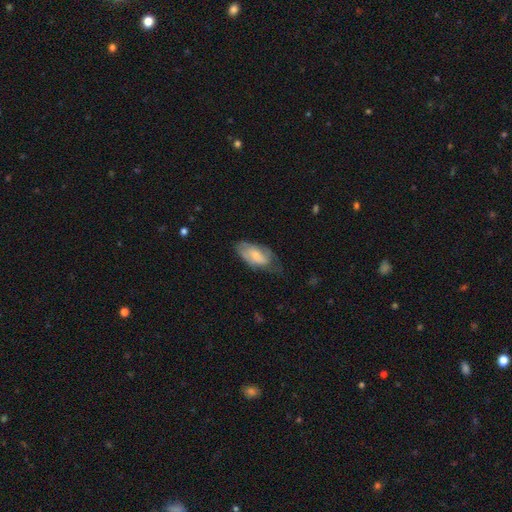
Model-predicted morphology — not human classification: Smooth or featured? Predicted: smooth (p=0.52). How rounded? Predicted: in between (p=0.91). Merging? Predicted: none (p=0.46).